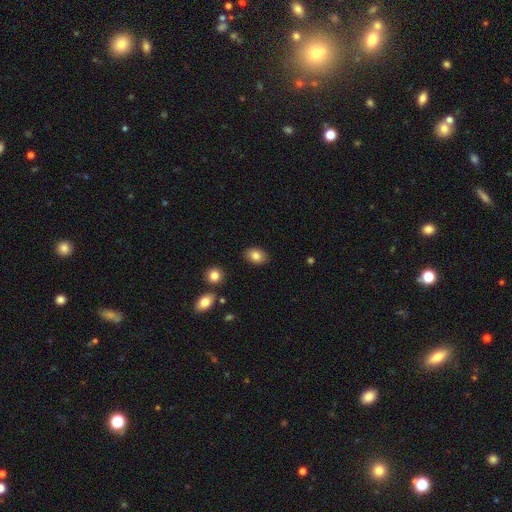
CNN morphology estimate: type=smooth (83%); roundness=in between (80%); merging=none (87%).